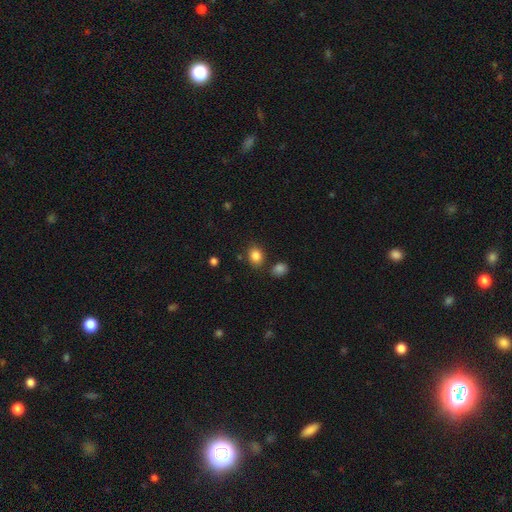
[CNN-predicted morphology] Q: Smooth or featured?
A: smooth (85%); runner-up: star or artifact (10%)
Q: How rounded?
A: in between (52%); runner-up: round (47%)
Q: Merging?
A: none (79%); runner-up: minor disturbance (11%)